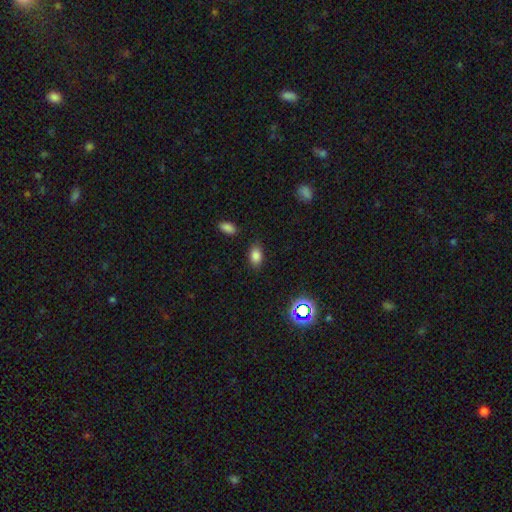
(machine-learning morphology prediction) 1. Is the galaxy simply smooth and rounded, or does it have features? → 83% smooth, 12% star or artifact, 5% featured or disk.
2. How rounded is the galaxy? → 86% in between, 12% round, 2% cigar-shaped.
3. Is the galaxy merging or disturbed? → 83% none, 12% minor disturbance, 3% major disturbance, 2% merger.